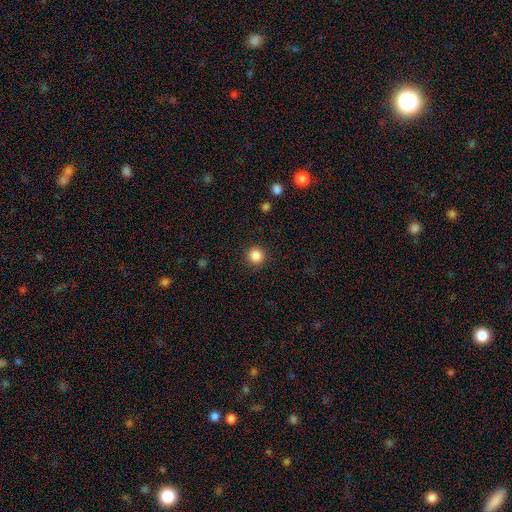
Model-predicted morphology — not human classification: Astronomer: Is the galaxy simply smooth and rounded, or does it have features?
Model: smooth — 86%.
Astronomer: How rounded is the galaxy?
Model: round — 95%.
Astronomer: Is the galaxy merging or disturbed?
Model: none — 92%.